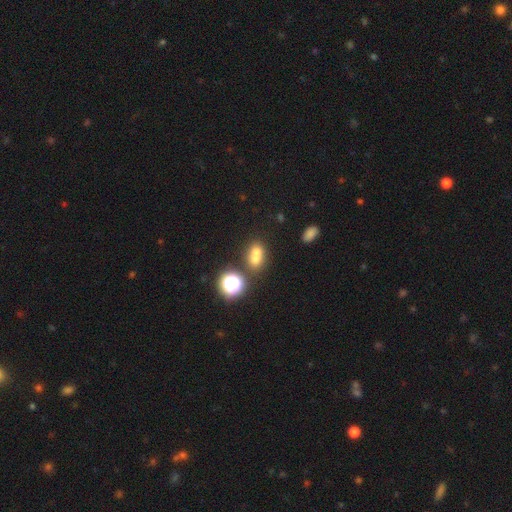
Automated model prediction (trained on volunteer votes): Smooth or featured?
  - smooth: 66% *
  - star or artifact: 21%
  - featured or disk: 13%
How rounded?
  - in between: 53% *
  - round: 44%
  - cigar-shaped: 3%
Merging?
  - merger: 46% *
  - none: 40%
  - minor disturbance: 10%
  - major disturbance: 5%